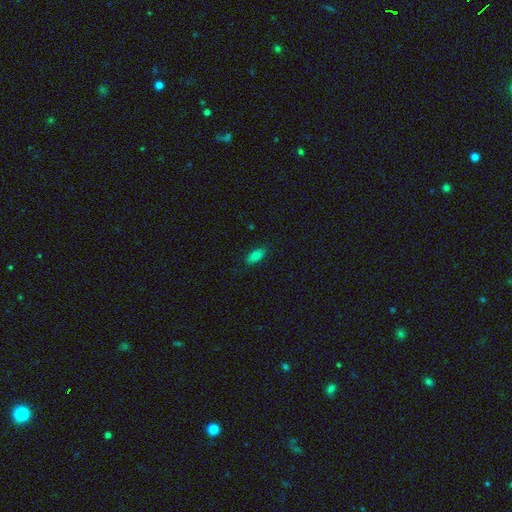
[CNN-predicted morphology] This appears to be a smooth galaxy with no disk features (78%) that is in between round and cigar-shaped (86%). Merging: none (85%).